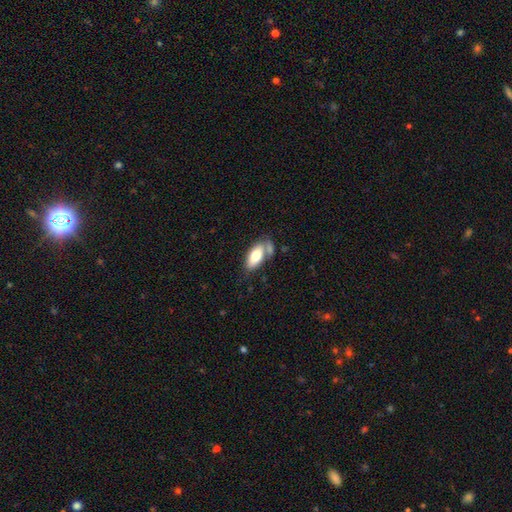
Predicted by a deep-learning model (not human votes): smooth 74%, featured or disk 19%, star or artifact 6%. Down the decision tree: how rounded — in between (89%); merging — none (49%).